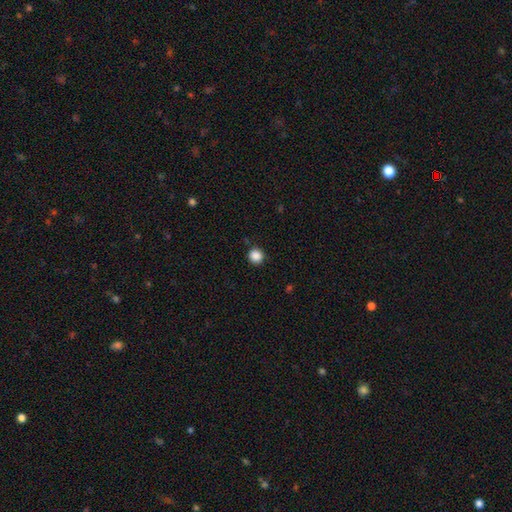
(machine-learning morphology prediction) type=smooth (87%); roundness=round (90%); merging=none (90%).